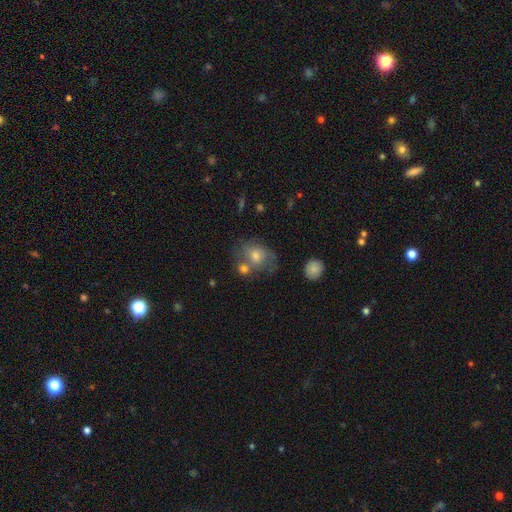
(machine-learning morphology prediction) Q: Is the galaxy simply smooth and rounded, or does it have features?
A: smooth — 50%.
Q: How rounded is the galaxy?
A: round — 52%.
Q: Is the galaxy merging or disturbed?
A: none — 43%.